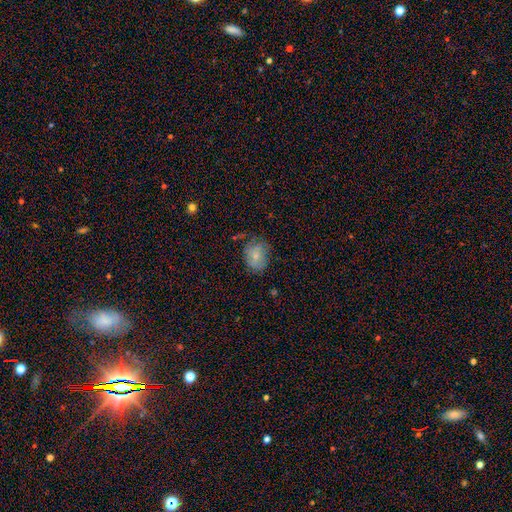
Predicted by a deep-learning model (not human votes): A smooth galaxy with no disk features (72%) that is in between round and cigar-shaped (55%).

Vote fractions:
- Smooth or featured? smooth: 72% / featured or disk: 18% / star or artifact: 9%
- How rounded? in between: 55% / round: 44% / cigar-shaped: 1%
- Merging? none: 56% / minor disturbance: 29% / major disturbance: 12% / merger: 3%